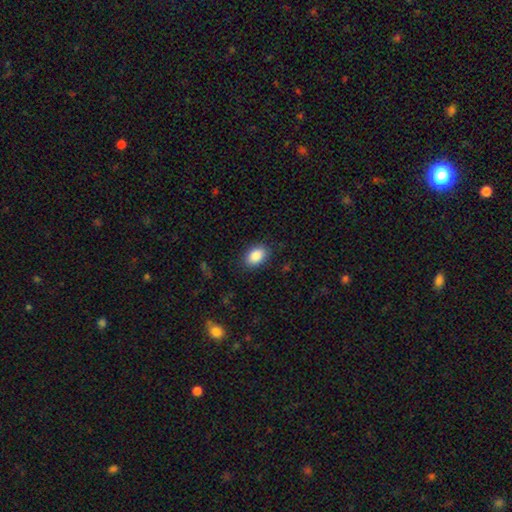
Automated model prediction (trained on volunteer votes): Q: Smooth or featured?
A: smooth (89%); runner-up: star or artifact (7%)
Q: How rounded?
A: in between (89%); runner-up: round (10%)
Q: Merging?
A: none (85%); runner-up: minor disturbance (11%)